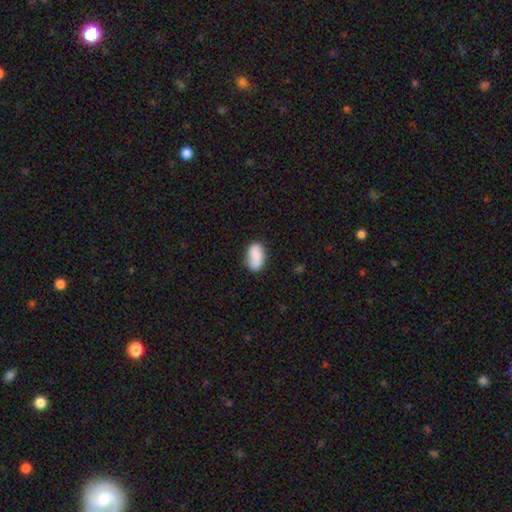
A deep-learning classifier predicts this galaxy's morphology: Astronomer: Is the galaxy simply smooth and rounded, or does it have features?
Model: smooth — 82%.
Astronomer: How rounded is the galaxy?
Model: in between — 91%.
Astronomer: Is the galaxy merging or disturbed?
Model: none — 67%.